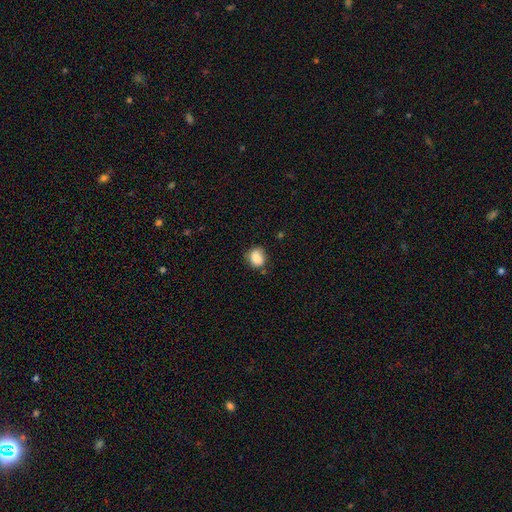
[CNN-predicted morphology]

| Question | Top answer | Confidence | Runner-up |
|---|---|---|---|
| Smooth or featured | smooth | 85% | star or artifact (9%) |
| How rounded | round | 62% | in between (37%) |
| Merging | none | 62% | minor disturbance (28%) |